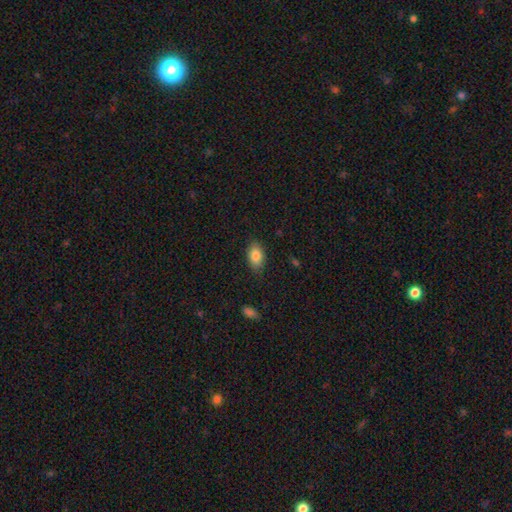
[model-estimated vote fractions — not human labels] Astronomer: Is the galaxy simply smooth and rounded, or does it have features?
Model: smooth — 83%.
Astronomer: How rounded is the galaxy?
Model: in between — 90%.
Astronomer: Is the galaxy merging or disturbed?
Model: none — 84%.